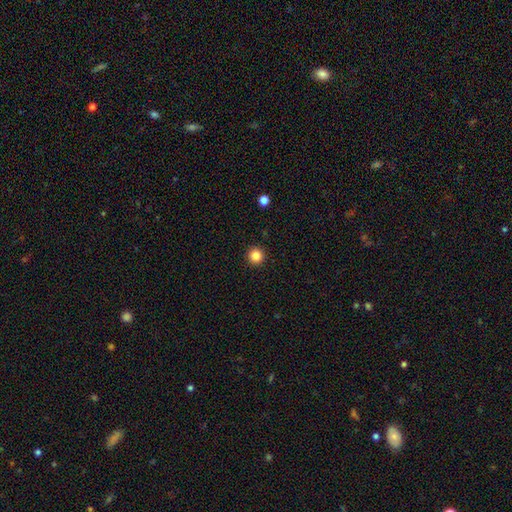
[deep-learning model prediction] Smooth or featured: smooth — 84% (star or artifact — 12%)
How rounded: round — 96% (in between — 3%)
Merging: none — 93% (minor disturbance — 4%)